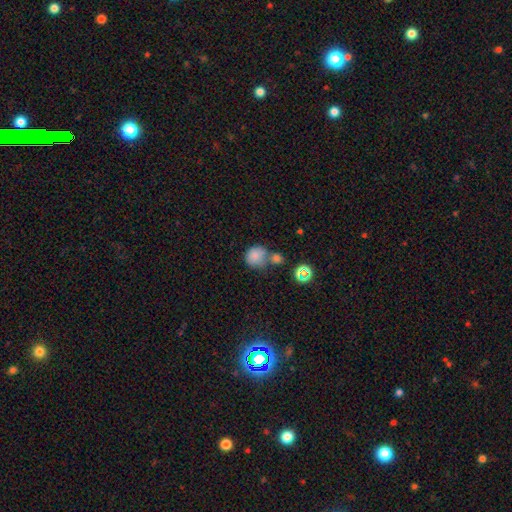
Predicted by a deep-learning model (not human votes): A smooth galaxy with no disk features (80%) that is round (82%). Merging: none (43%).